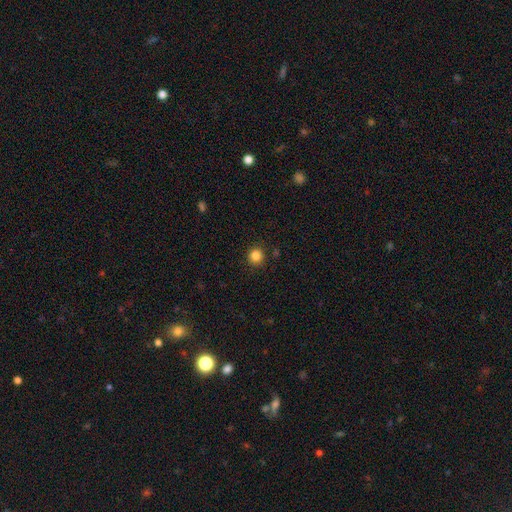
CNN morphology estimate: Overall: smooth (85%). How rounded: round (93%). Merging: none (90%).